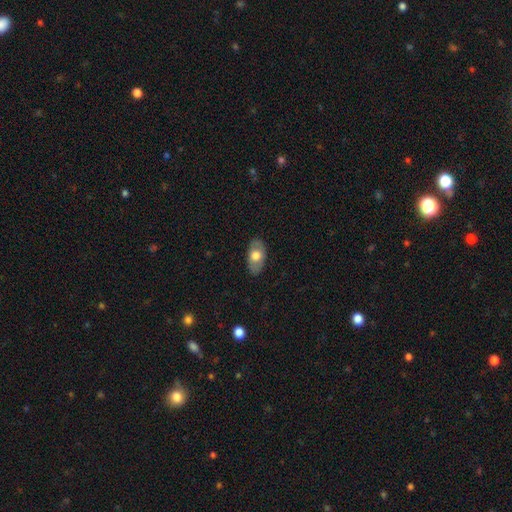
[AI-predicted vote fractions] A smooth galaxy with no disk features (60%) that is in between round and cigar-shaped (92%). Merging: none (81%).